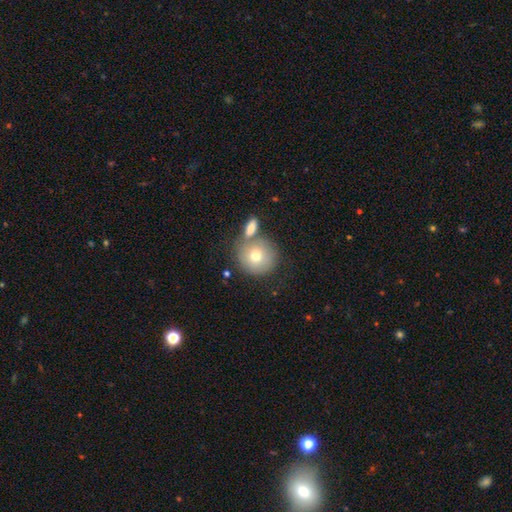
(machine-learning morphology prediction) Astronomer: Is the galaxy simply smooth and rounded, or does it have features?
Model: smooth — 72%.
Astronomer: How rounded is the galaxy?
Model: round — 90%.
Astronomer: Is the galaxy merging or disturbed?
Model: none — 60%.